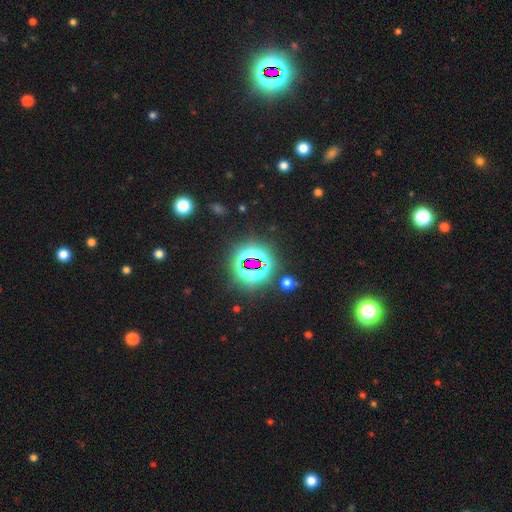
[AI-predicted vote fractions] A star or artifact, not a galaxy (79%).